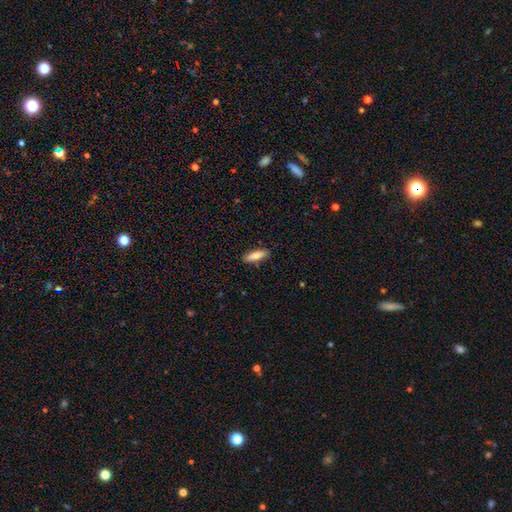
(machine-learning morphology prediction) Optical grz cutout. It shows a smooth galaxy with no disk features (85%) that is in between round and cigar-shaped (51%). Merging: none (86%).